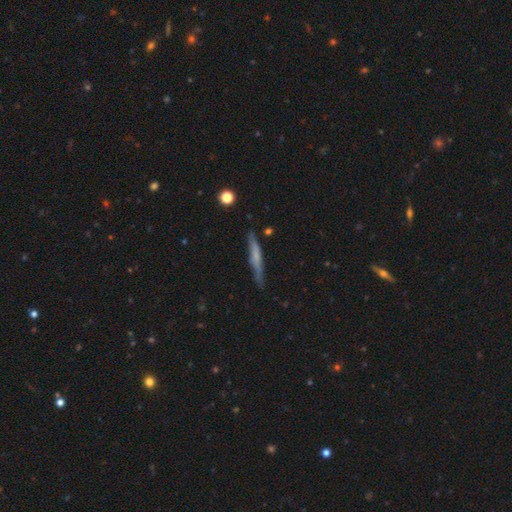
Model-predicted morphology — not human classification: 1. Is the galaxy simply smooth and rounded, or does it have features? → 51% featured or disk, 42% smooth, 7% star or artifact.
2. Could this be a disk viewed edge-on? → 94% yes, 6% no.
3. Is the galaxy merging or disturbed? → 81% none, 14% minor disturbance, 3% major disturbance, 2% merger.